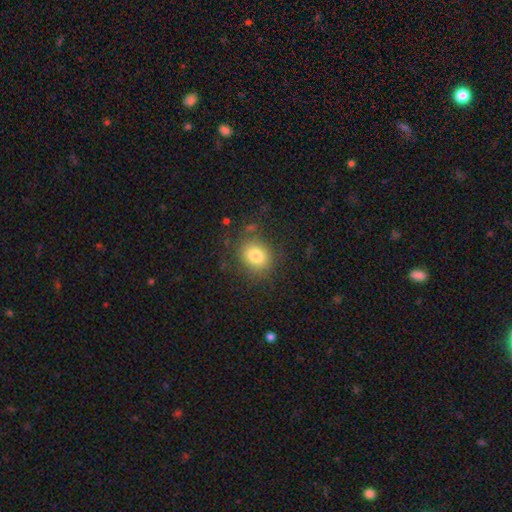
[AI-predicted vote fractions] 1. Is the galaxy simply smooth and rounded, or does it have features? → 81% smooth, 10% star or artifact, 9% featured or disk.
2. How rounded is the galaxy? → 64% round, 35% in between, 1% cigar-shaped.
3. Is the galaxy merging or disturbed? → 78% none, 13% minor disturbance, 6% major disturbance, 2% merger.